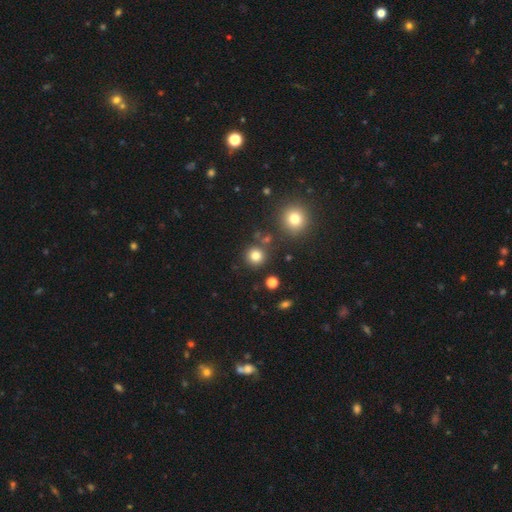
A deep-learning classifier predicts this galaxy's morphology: Overall: smooth (80%). How rounded: round (93%). Merging: none (85%).